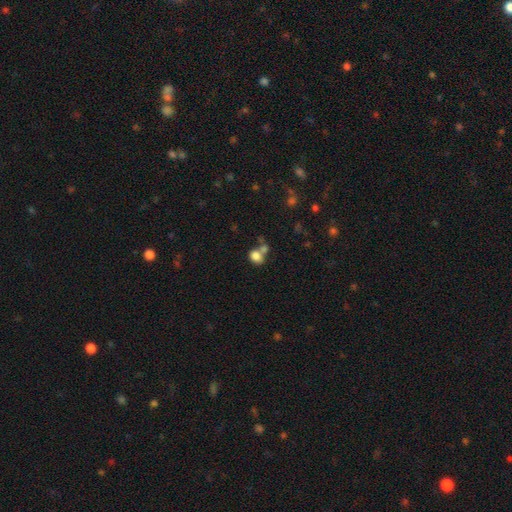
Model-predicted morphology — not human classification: This appears to be a smooth galaxy with no disk features (80%) that is round (50%). Merging: none (42%).